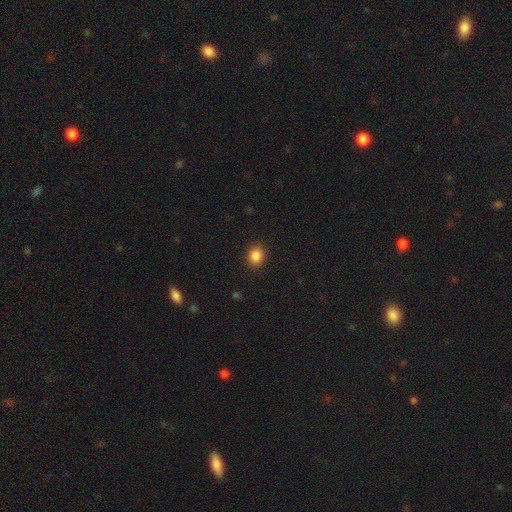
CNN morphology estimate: smooth_or_featured: smooth (p=0.86) [alt: star or artifact p=0.10]
how_rounded: round (p=0.73) [alt: in between p=0.27]
merging: none (p=0.91) [alt: minor disturbance p=0.06]